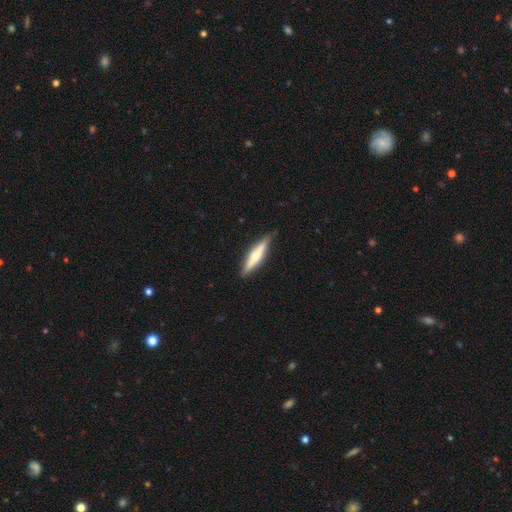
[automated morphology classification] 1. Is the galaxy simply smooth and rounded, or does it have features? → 50% featured or disk, 44% smooth, 6% star or artifact.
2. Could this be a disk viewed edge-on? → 95% yes, 5% no.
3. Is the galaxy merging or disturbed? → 87% none, 10% minor disturbance, 2% major disturbance, 1% merger.